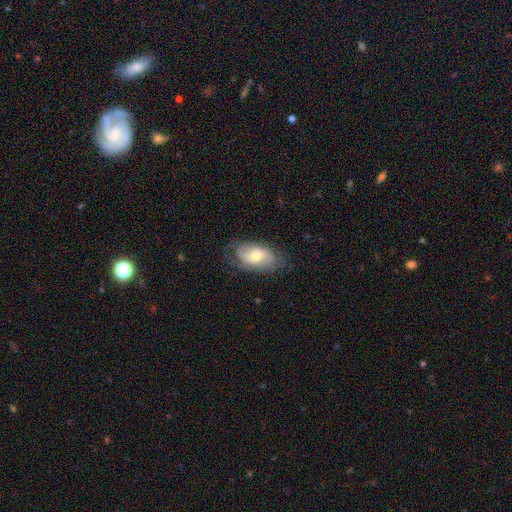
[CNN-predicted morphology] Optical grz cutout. It shows a featured or disk galaxy (53%). Merging: none (70%).